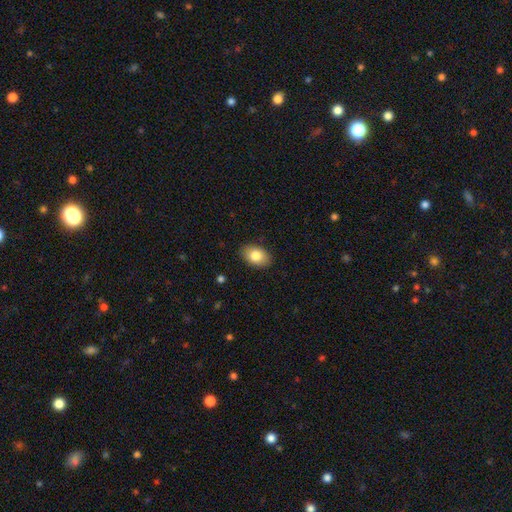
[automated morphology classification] smooth-or-featured: smooth: 83% | featured or disk: 10% | star or artifact: 8%
  how-rounded: in between: 85% | round: 14% | cigar-shaped: 1%
  merging: none: 88% | minor disturbance: 9% | major disturbance: 2% | merger: 1%